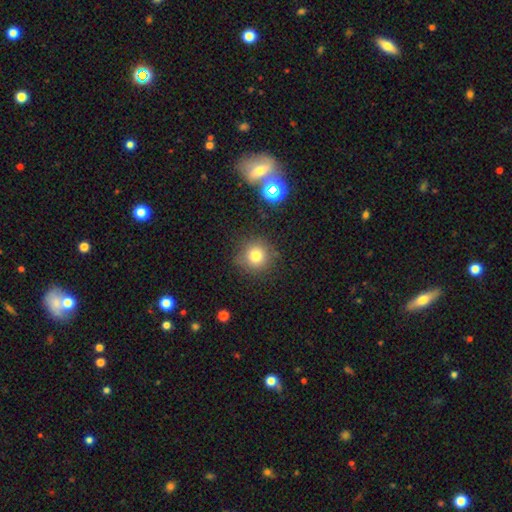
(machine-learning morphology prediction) smooth_or_featured: smooth (p=0.76) [alt: star or artifact p=0.15]
how_rounded: round (p=0.93) [alt: in between p=0.06]
merging: none (p=0.84) [alt: minor disturbance p=0.11]